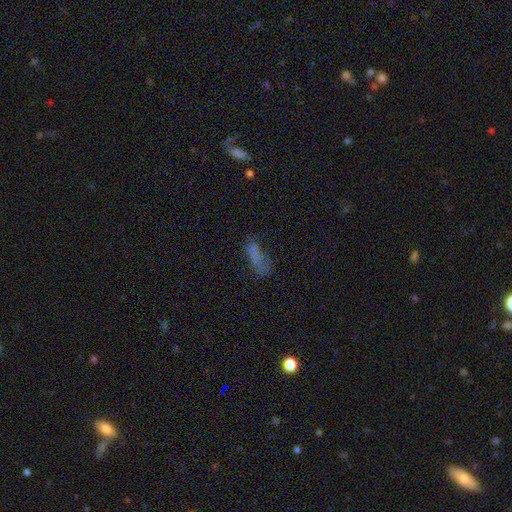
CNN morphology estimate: A smooth galaxy with no disk features (63%) that is in between round and cigar-shaped (58%).

Vote fractions:
- Smooth or featured? smooth: 63% / star or artifact: 19% / featured or disk: 18%
- How rounded? in between: 58% / cigar-shaped: 38% / round: 4%
- Merging? none: 44% / minor disturbance: 25% / major disturbance: 25% / merger: 5%